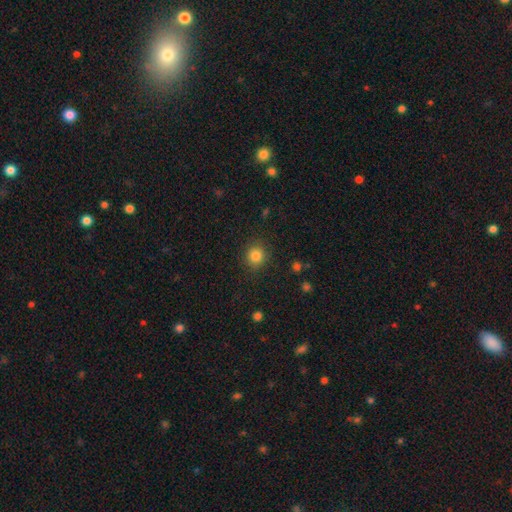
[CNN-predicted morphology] smooth-or-featured: smooth: 83% | star or artifact: 12% | featured or disk: 5%
  how-rounded: round: 87% | in between: 12% | cigar-shaped: 1%
  merging: none: 88% | minor disturbance: 8% | major disturbance: 3% | merger: 1%